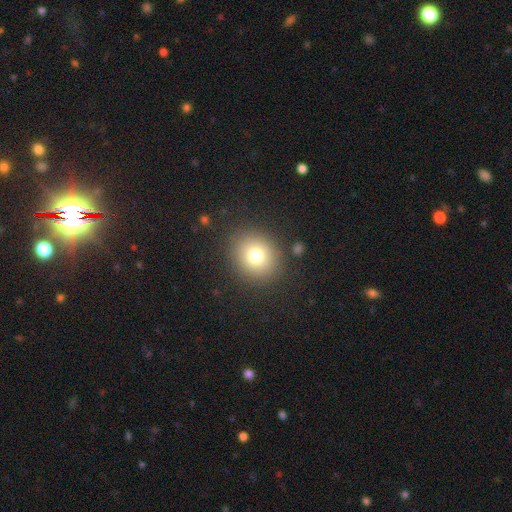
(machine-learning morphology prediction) smooth-or-featured: smooth: 77% | star or artifact: 13% | featured or disk: 10%
  how-rounded: round: 80% | in between: 19% | cigar-shaped: 1%
  merging: none: 87% | minor disturbance: 8% | major disturbance: 4% | merger: 2%